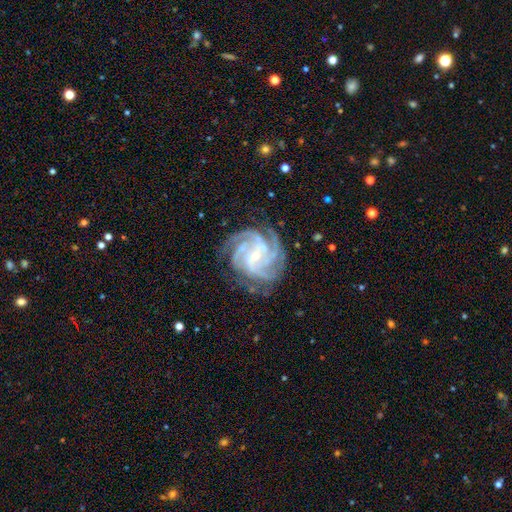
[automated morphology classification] smooth_or_featured: featured or disk (p=0.91) [alt: star or artifact p=0.05]
disk_edge_on: no (p=0.98) [alt: yes p=0.02]
bar: no (p=0.55) [alt: weak p=0.31]
has_spiral_arms: yes (p=0.99) [alt: no p=0.01]
spiral_winding: tight (p=0.65) [alt: medium p=0.31]
spiral_arm_count: 4 (p=0.53) [alt: 3 p=0.16]
bulge_size: small (p=0.74) [alt: moderate p=0.22]
merging: none (p=0.77) [alt: minor disturbance p=0.15]